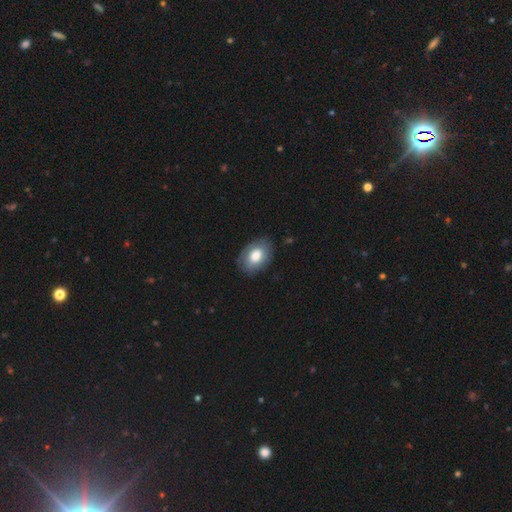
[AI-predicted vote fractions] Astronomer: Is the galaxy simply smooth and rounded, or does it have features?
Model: smooth — 69%.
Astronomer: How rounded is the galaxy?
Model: in between — 84%.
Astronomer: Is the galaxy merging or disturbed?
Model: none — 78%.